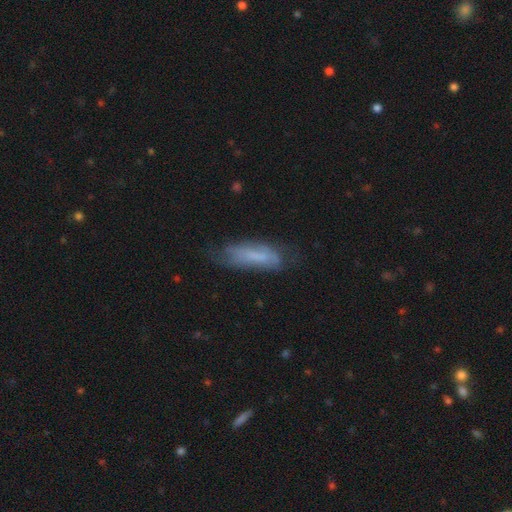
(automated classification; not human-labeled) Morphology: type=smooth (56%); roundness=cigar-shaped (54%); merging=none (55%).